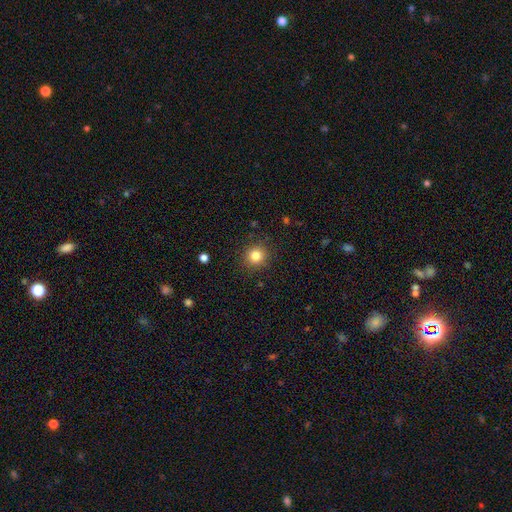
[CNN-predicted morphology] smooth 82%, star or artifact 12%, featured or disk 6%. Down the decision tree: how rounded — round (91%); merging — none (89%).